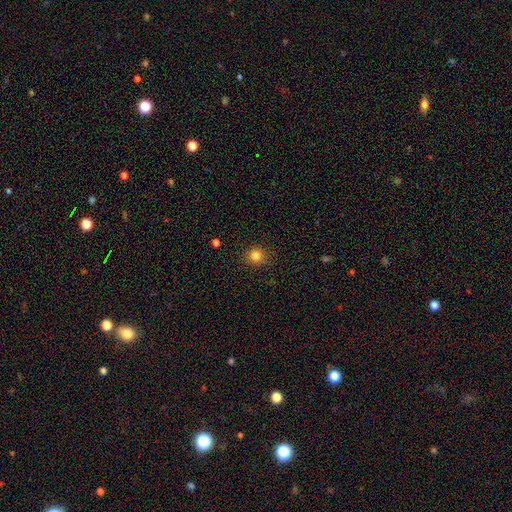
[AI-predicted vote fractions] Smooth or featured? smooth (82%)
How rounded? round (87%)
Merging? none (86%)